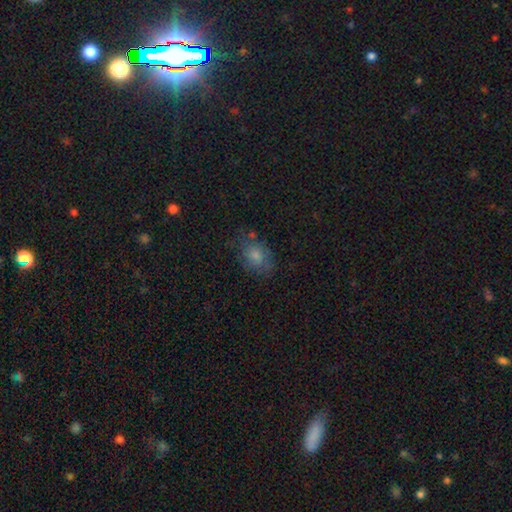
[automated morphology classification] Overall: smooth (71%). How rounded: in between (69%; round 29%). Merging: none (60%; minor disturbance 25%).